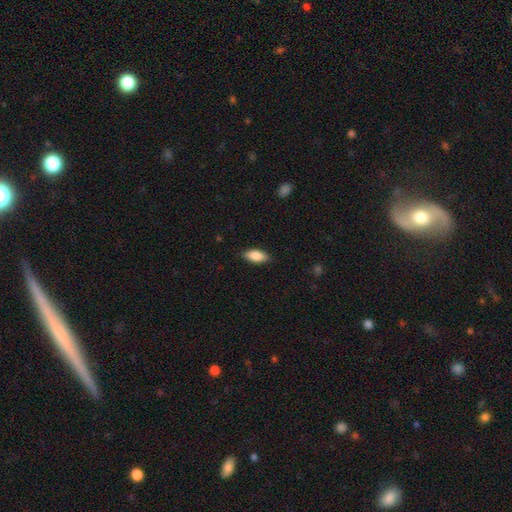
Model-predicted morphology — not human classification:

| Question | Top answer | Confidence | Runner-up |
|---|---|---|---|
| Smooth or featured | smooth | 85% | featured or disk (8%) |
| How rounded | in between | 87% | cigar-shaped (11%) |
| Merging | none | 86% | minor disturbance (10%) |